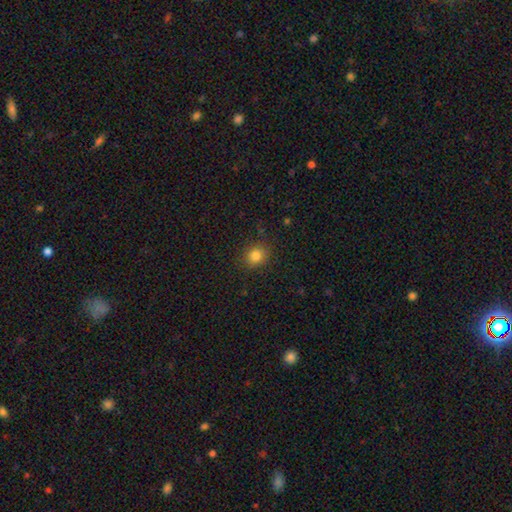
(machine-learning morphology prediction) Q: Smooth or featured?
A: smooth (83%); runner-up: star or artifact (12%)
Q: How rounded?
A: round (76%); runner-up: in between (23%)
Q: Merging?
A: none (88%); runner-up: minor disturbance (8%)